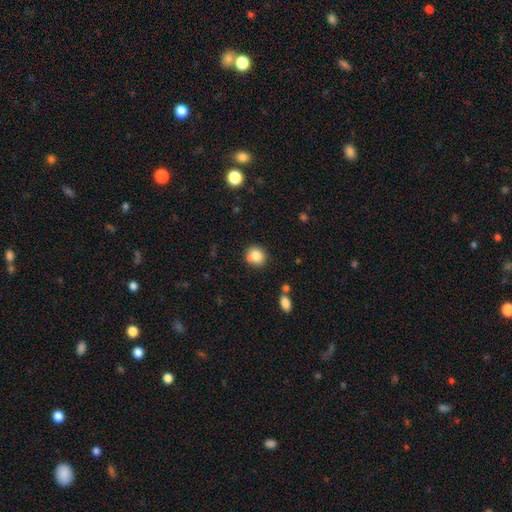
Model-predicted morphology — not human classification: The model was most divided on "merging": none: 75%, minor disturbance: 13%, merger: 9%, major disturbance: 3%. More confident: how rounded — round (83%); smooth or featured — smooth (82%).